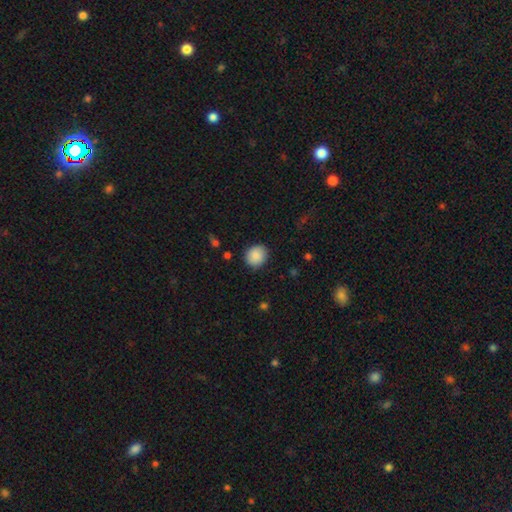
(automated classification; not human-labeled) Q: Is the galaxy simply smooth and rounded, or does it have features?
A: smooth — 86%.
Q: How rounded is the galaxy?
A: round — 76%.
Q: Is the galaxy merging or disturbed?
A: none — 87%.